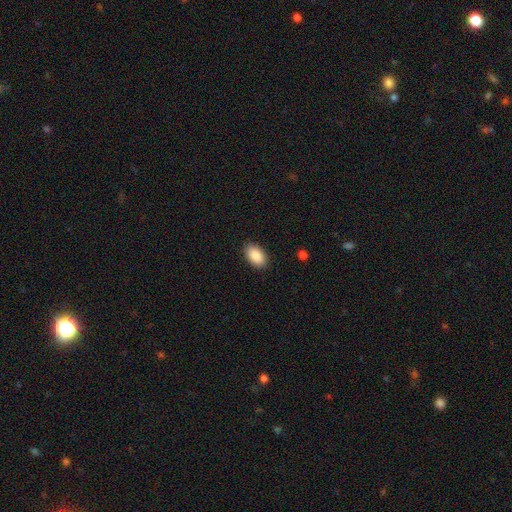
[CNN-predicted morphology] Q: Smooth or featured?
A: smooth (90%); runner-up: star or artifact (6%)
Q: How rounded?
A: in between (94%); runner-up: round (4%)
Q: Merging?
A: none (89%); runner-up: minor disturbance (8%)